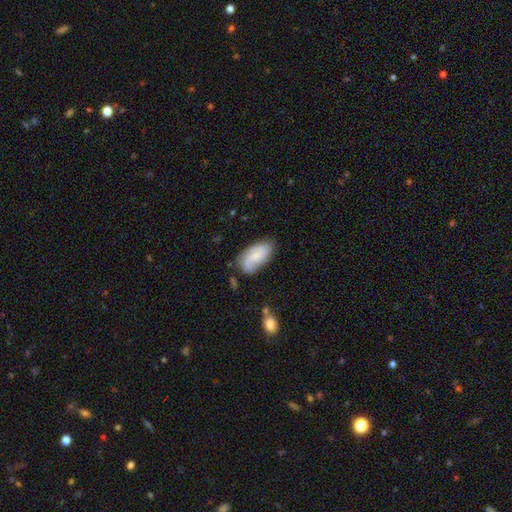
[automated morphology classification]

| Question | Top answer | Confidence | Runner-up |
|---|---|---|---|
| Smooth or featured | smooth | 48% | featured or disk (45%) |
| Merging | none | 66% | minor disturbance (24%) |